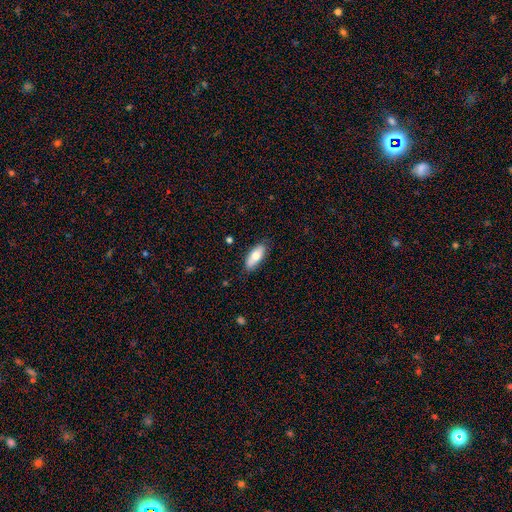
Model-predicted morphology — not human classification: This is likely a smooth galaxy (72%). How rounded: clearly in between (81%). Merging: clearly none (82%).